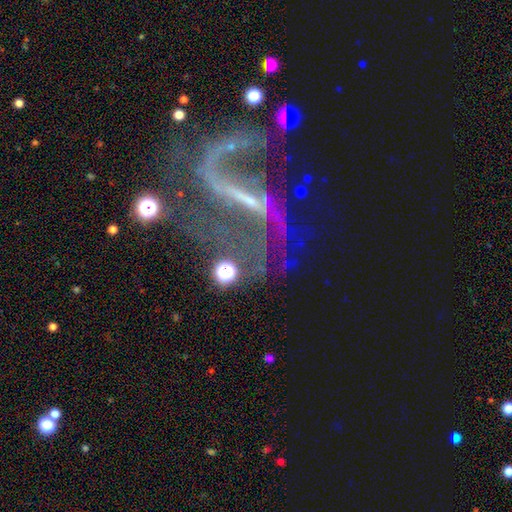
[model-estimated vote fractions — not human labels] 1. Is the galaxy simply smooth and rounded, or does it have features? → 82% featured or disk, 12% star or artifact, 6% smooth.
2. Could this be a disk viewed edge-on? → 95% no, 5% yes.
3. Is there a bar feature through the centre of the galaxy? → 53% strong, 31% weak, 15% no.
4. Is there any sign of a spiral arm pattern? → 87% yes, 13% no.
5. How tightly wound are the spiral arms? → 73% loose, 20% medium, 7% tight.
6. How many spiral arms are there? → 70% 2, 13% 1, 8% can't tell, 3% 3, 3% 4, 3% more than 4.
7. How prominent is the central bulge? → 54% small, 35% none, 8% moderate, 1% large, 1% dominant.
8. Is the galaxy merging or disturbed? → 40% none, 32% major disturbance, 16% minor disturbance, 11% merger.